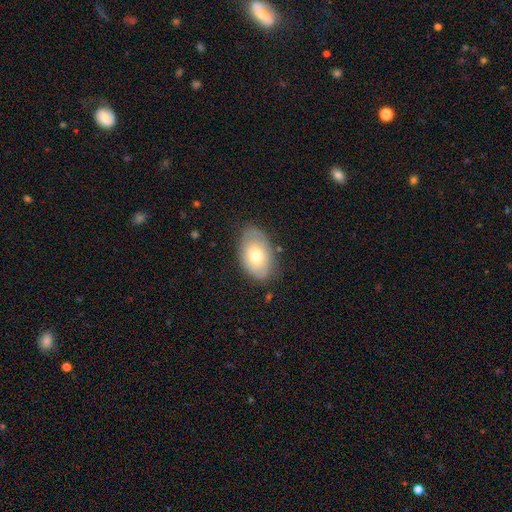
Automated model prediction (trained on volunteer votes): This is likely a smooth galaxy (67%). How rounded: clearly in between (91%). Merging: likely none (75%).